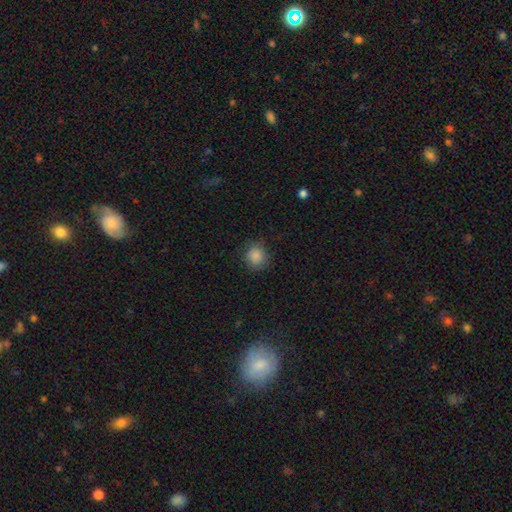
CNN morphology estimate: Smooth or featured? Predicted: smooth (p=0.87). How rounded? Predicted: round (p=0.88). Merging? Predicted: none (p=0.84).